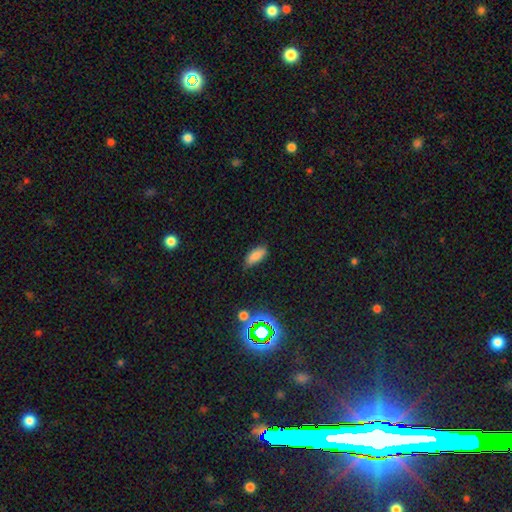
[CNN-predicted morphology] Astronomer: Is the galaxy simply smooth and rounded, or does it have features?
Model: smooth — 80%.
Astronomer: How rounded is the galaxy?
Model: in between — 85%.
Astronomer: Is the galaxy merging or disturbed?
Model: none — 78%.